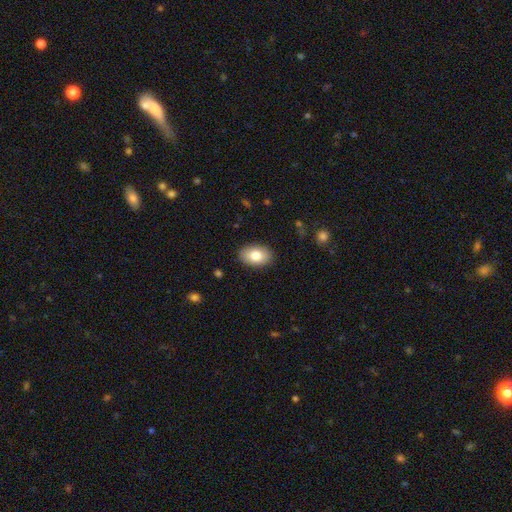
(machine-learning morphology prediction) Smooth or featured?
  - smooth: 83% *
  - featured or disk: 10%
  - star or artifact: 7%
How rounded?
  - in between: 88% *
  - round: 11%
  - cigar-shaped: 1%
Merging?
  - none: 88% *
  - minor disturbance: 9%
  - major disturbance: 2%
  - merger: 1%